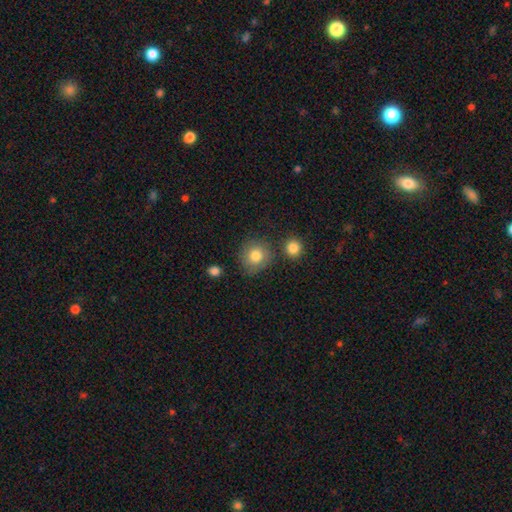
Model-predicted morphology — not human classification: Q: Smooth or featured?
A: smooth (79%); runner-up: featured or disk (11%)
Q: How rounded?
A: round (89%); runner-up: in between (11%)
Q: Merging?
A: none (75%); runner-up: minor disturbance (14%)